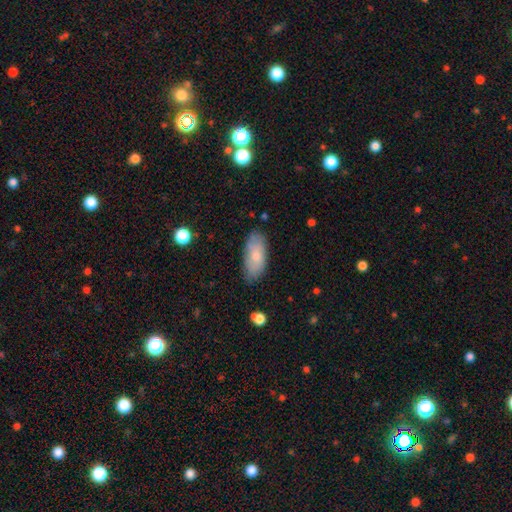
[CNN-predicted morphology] smooth_or_featured: smooth (p=0.74) [alt: featured or disk p=0.19]
how_rounded: in between (p=0.89) [alt: cigar-shaped p=0.09]
merging: none (p=0.77) [alt: minor disturbance p=0.18]